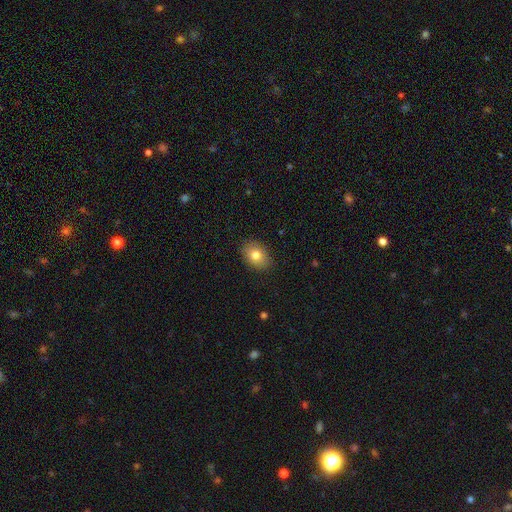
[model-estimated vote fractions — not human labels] Q: Smooth or featured?
A: smooth (80%); runner-up: featured or disk (11%)
Q: How rounded?
A: in between (71%); runner-up: round (28%)
Q: Merging?
A: none (87%); runner-up: minor disturbance (10%)